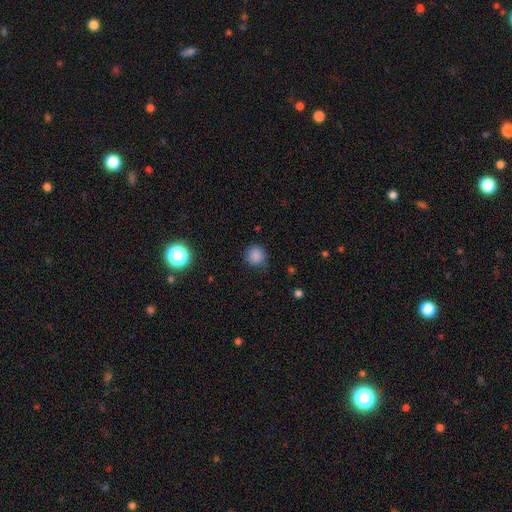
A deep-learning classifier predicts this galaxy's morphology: type=smooth (84%); roundness=round (90%); merging=none (81%).